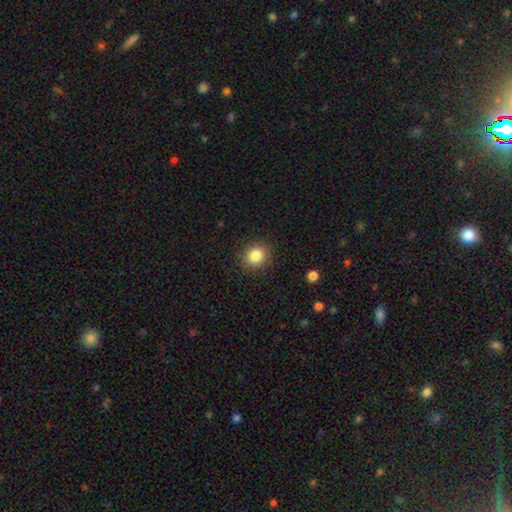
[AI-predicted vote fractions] Smooth or featured? smooth (84%)
How rounded? round (80%)
Merging? none (89%)